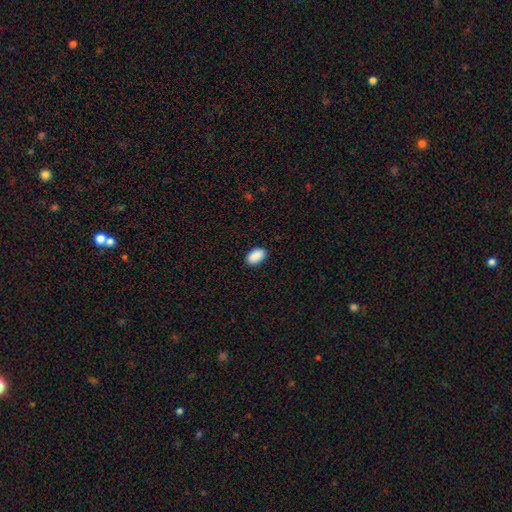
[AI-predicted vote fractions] Q: Smooth or featured?
A: smooth (91%); runner-up: star or artifact (7%)
Q: How rounded?
A: in between (94%); runner-up: round (5%)
Q: Merging?
A: none (89%); runner-up: minor disturbance (8%)